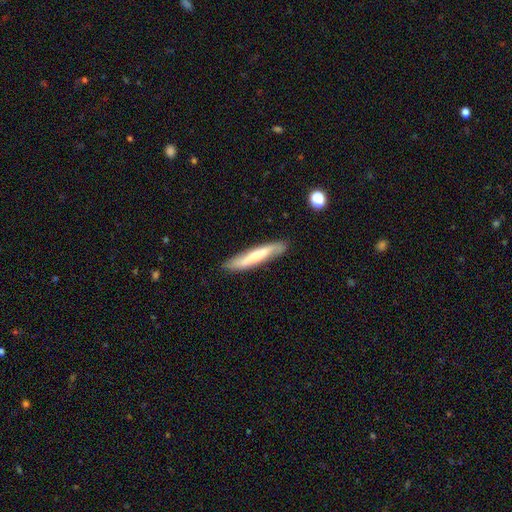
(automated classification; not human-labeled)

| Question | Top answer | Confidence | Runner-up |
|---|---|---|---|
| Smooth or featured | smooth | 52% | featured or disk (42%) |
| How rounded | cigar-shaped | 90% | in between (8%) |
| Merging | none | 82% | minor disturbance (14%) |